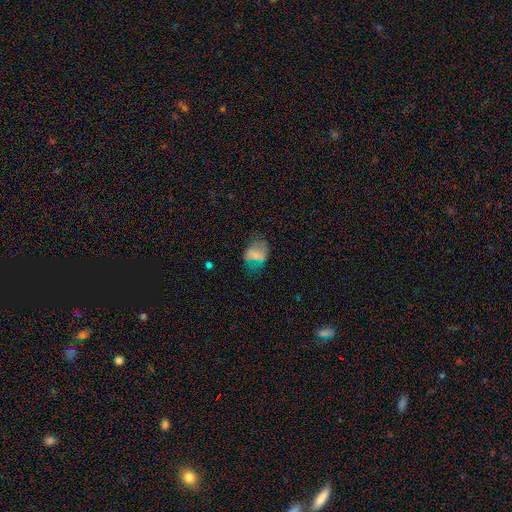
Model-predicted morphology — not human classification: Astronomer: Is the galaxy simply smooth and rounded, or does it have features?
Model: smooth — 60%.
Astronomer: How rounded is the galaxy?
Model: in between — 73%.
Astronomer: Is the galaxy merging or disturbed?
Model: none — 44% (runner-up: minor disturbance, 28%).